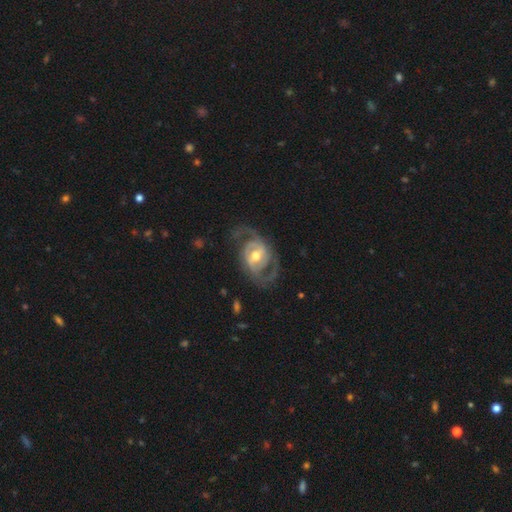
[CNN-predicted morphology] A featured or disk galaxy (89%) with a weak bar (45%), 2 (81%) medium (50%) spiral arms (95%) and a moderate central bulge (74%). Merging: none (70%).